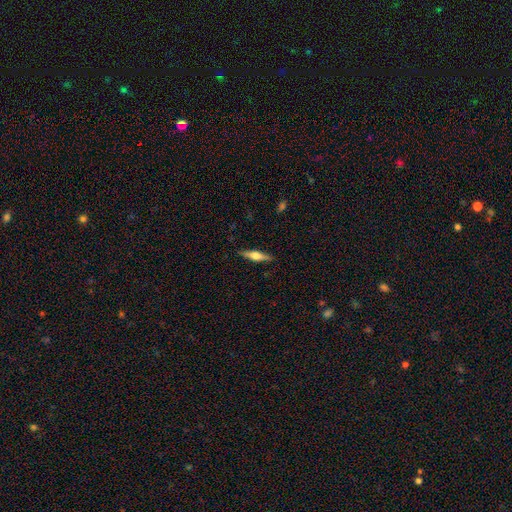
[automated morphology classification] Q: Smooth or featured?
A: featured or disk (56%); runner-up: smooth (38%)
Q: Edge-on disk?
A: yes (96%); runner-up: no (4%)
Q: Edge-on bulge?
A: rounded (88%); runner-up: boxy (9%)
Q: Merging?
A: none (89%); runner-up: minor disturbance (8%)